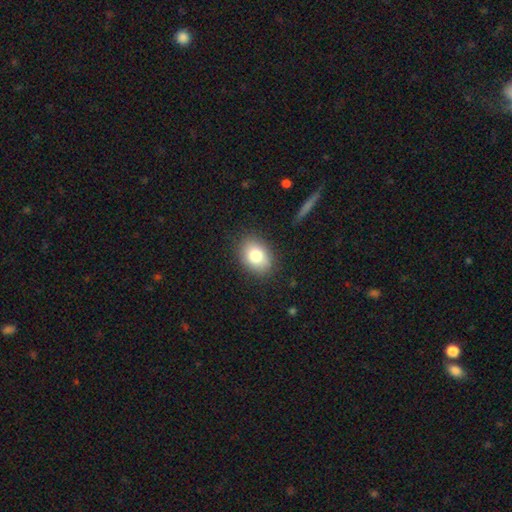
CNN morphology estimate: Smooth or featured? smooth (81%)
How rounded? in between (72%)
Merging? none (85%)